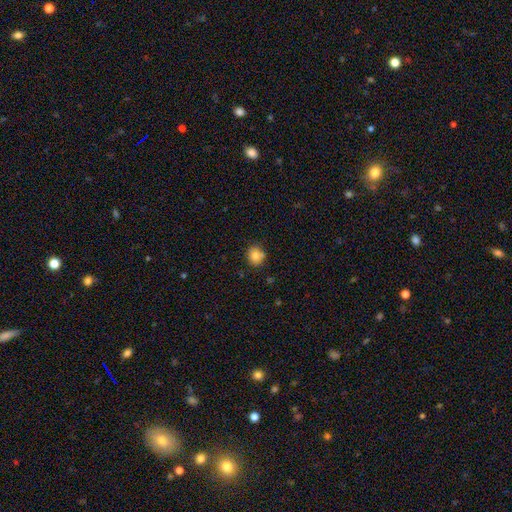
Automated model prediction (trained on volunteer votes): This is clearly a smooth galaxy (82%). How rounded: likely round (78%). Merging: likely none (76%).